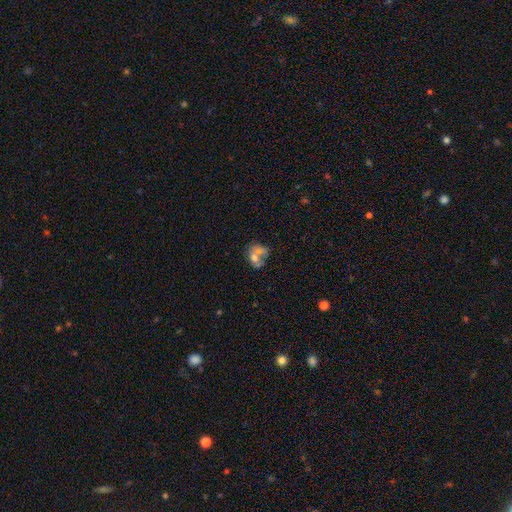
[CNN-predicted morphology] This is possibly a smooth galaxy (55%). How rounded: possibly in between (54%). Merging: possibly merger (57%).